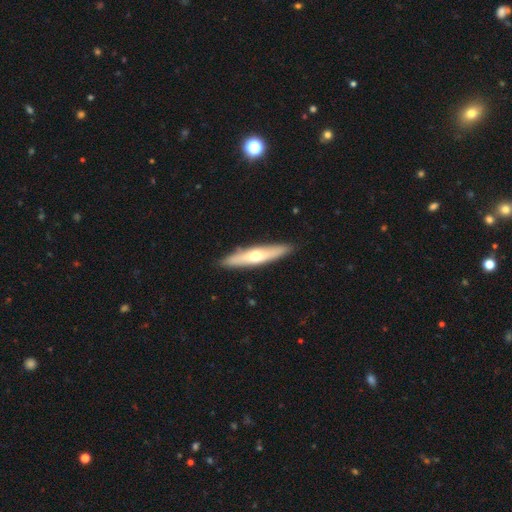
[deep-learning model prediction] smooth_or_featured: featured or disk (p=0.51) [alt: smooth p=0.44]
disk_edge_on: yes (p=0.85) [alt: no p=0.15]
merging: none (p=0.90) [alt: minor disturbance p=0.07]